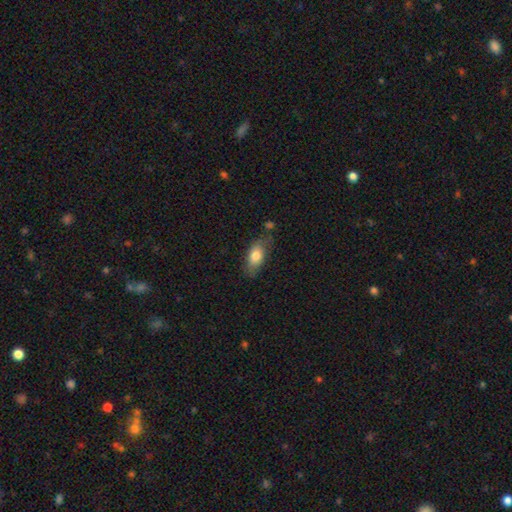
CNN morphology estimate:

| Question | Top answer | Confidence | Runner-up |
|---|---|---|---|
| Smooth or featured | smooth | 77% | featured or disk (16%) |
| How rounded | in between | 86% | cigar-shaped (10%) |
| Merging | none | 63% | minor disturbance (24%) |